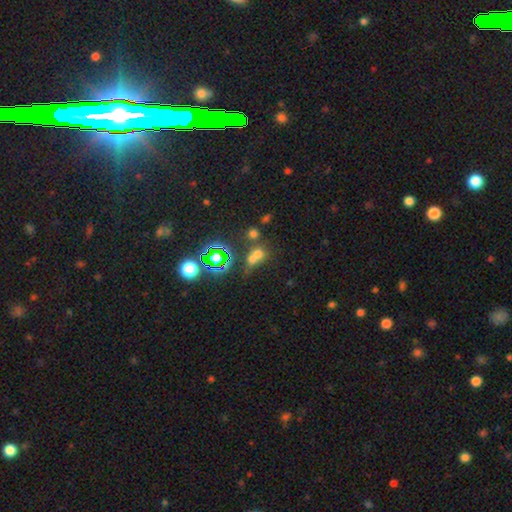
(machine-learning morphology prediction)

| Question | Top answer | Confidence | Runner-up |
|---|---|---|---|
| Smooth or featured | smooth | 54% | star or artifact (32%) |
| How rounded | round | 72% | in between (26%) |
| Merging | merger | 50% | none (36%) |